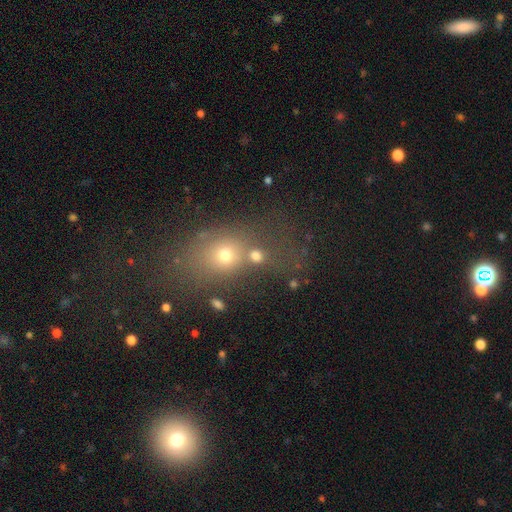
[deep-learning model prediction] smooth 69%, star or artifact 19%, featured or disk 12%. Down the decision tree: how rounded — round (68%); merging — none (46%).